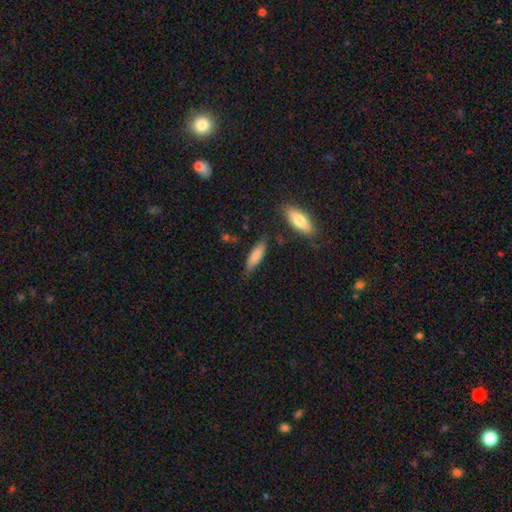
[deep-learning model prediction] Smooth or featured? Predicted: smooth (p=0.82). How rounded? Predicted: cigar-shaped (p=0.55). Merging? Predicted: none (p=0.73).